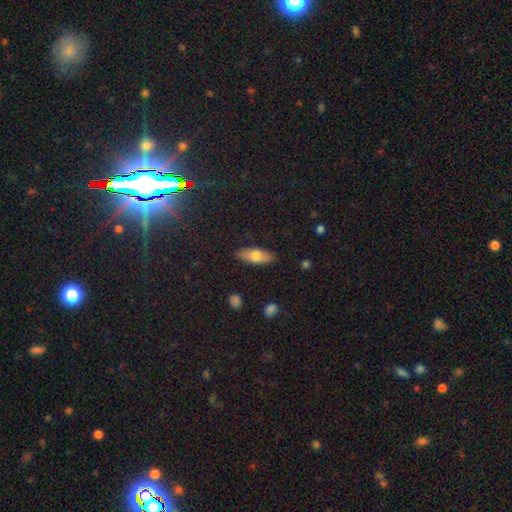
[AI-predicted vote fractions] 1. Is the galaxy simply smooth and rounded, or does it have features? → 71% smooth, 22% featured or disk, 7% star or artifact.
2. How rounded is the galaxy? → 72% in between, 25% cigar-shaped, 3% round.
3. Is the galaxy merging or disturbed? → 87% none, 10% minor disturbance, 2% major disturbance, 1% merger.